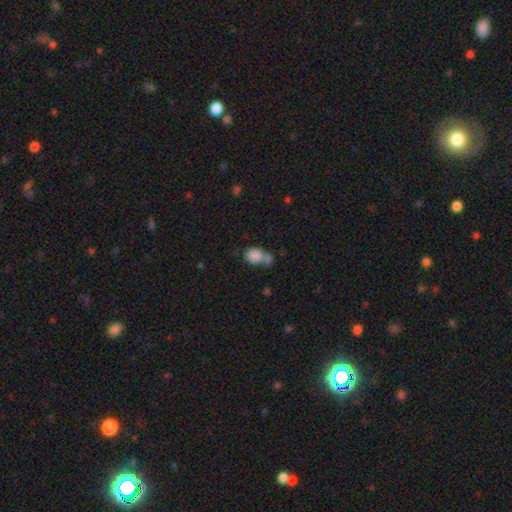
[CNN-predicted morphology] smooth 84%, star or artifact 9%, featured or disk 7%. Down the decision tree: how rounded — round (50%); merging — merger (46%).